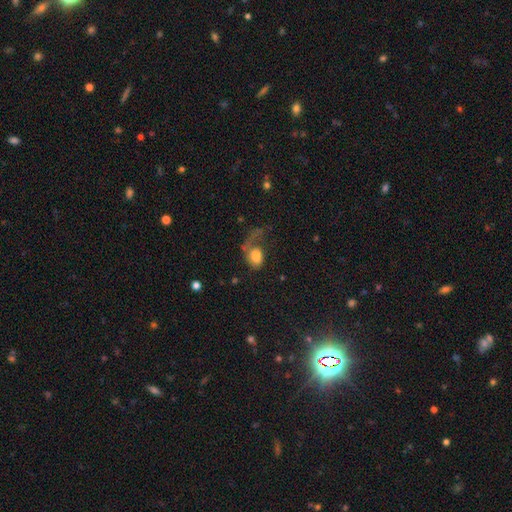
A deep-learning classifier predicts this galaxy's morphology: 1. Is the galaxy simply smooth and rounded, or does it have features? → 63% smooth, 28% featured or disk, 9% star or artifact.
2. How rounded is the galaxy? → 77% in between, 21% round, 2% cigar-shaped.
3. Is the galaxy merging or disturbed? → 54% major disturbance, 23% none, 16% minor disturbance, 7% merger.